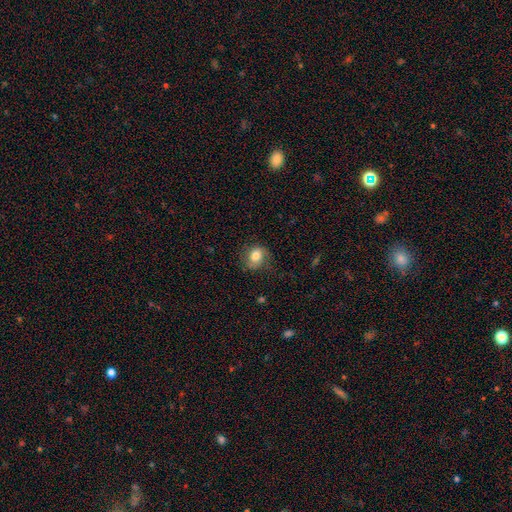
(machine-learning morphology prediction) type=smooth (74%); roundness=round (56%); merging=none (67%).